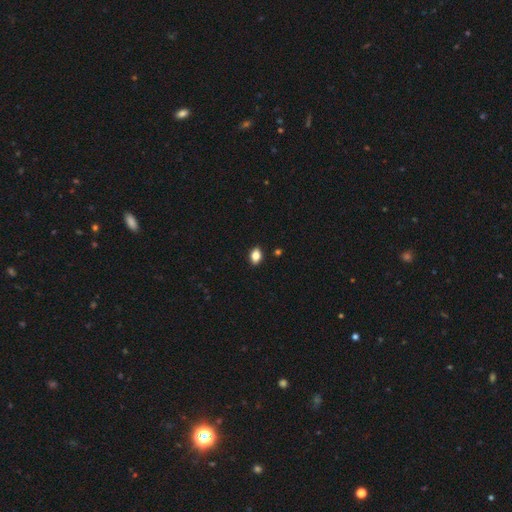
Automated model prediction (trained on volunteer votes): Overall: smooth (83%). How rounded: in between (82%). Merging: none (90%).